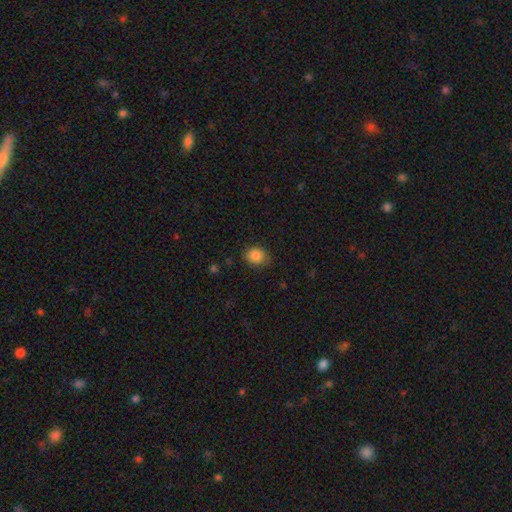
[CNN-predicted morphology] smooth_or_featured: smooth (p=0.85) [alt: star or artifact p=0.09]
how_rounded: round (p=0.61) [alt: in between p=0.39]
merging: none (p=0.78) [alt: minor disturbance p=0.17]